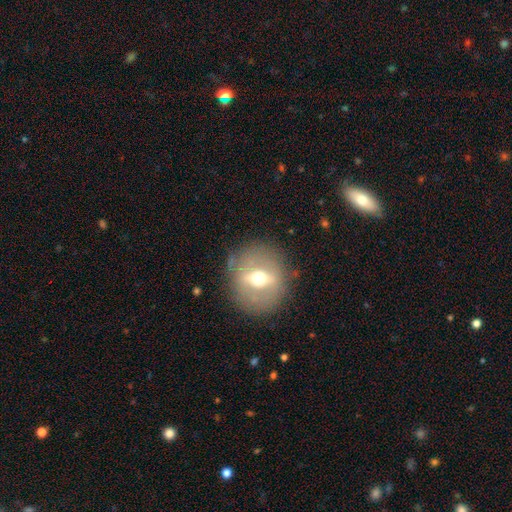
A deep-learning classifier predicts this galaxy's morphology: This appears to be a featured or disk galaxy (57%). Merging: none (82%).